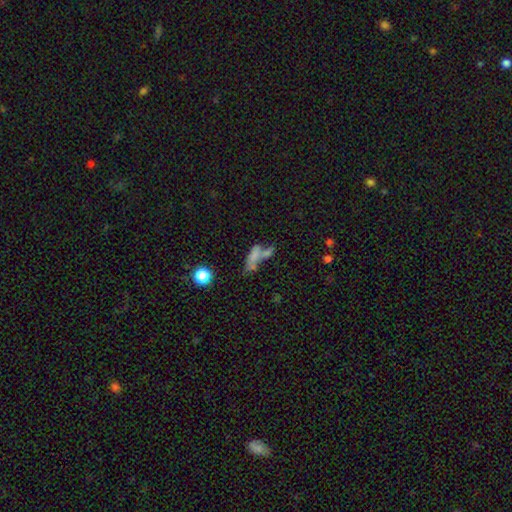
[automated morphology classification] This is possibly a smooth galaxy (58%). How rounded: possibly in between (51%). Merging: possibly merger (45%).